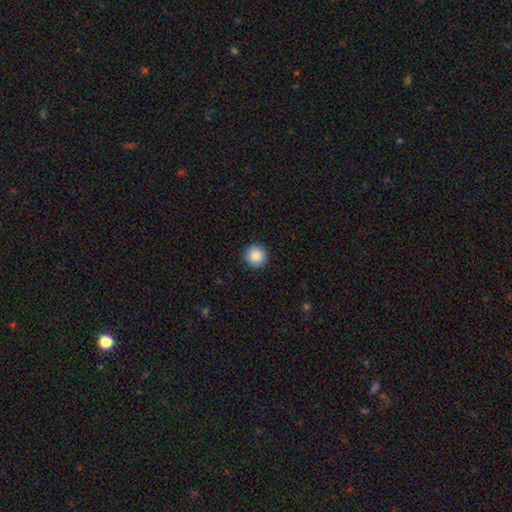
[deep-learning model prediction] Morphology: type=smooth (88%); roundness=round (96%); merging=none (92%).